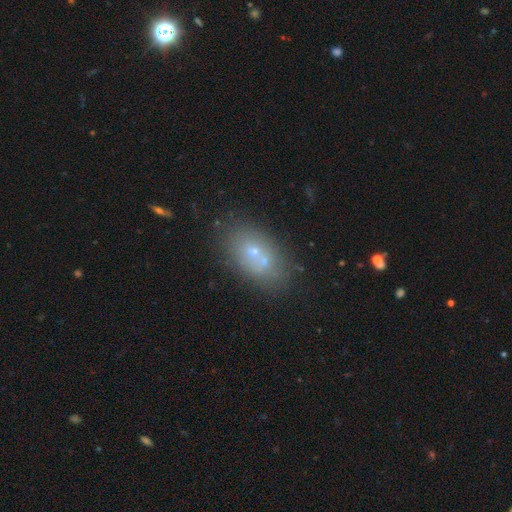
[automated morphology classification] Overall: smooth (55%; featured or disk 27%). How rounded: in between (73%). Merging: none (47%; merger 38%).